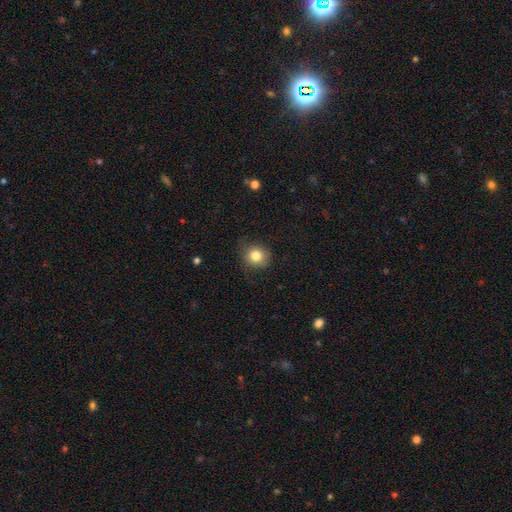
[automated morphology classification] type=smooth (83%); roundness=round (82%); merging=none (81%).